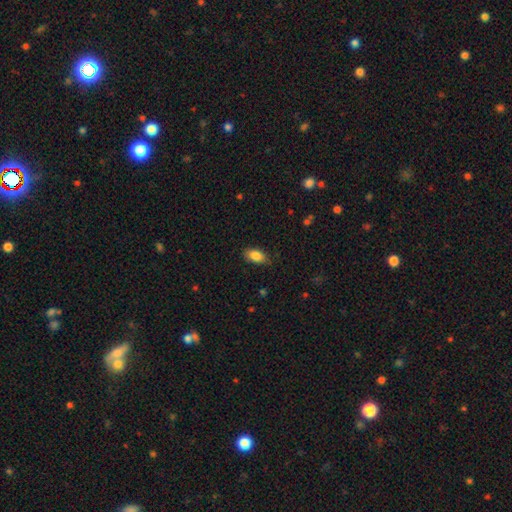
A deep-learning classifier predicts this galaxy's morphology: Overall: smooth (87%). How rounded: in between (92%). Merging: none (83%).